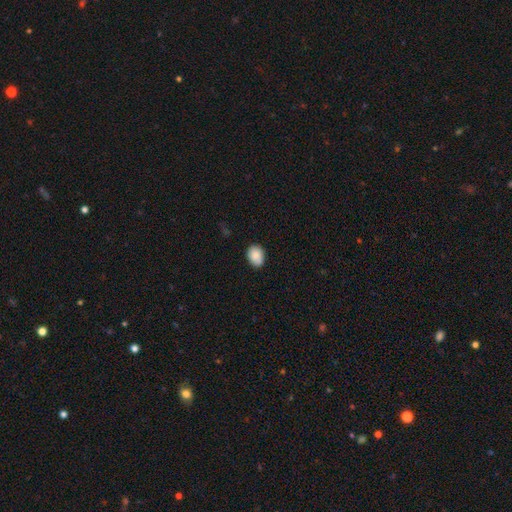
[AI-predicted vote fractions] Overall: smooth (86%). How rounded: in between (63%; round 36%). Merging: none (78%).